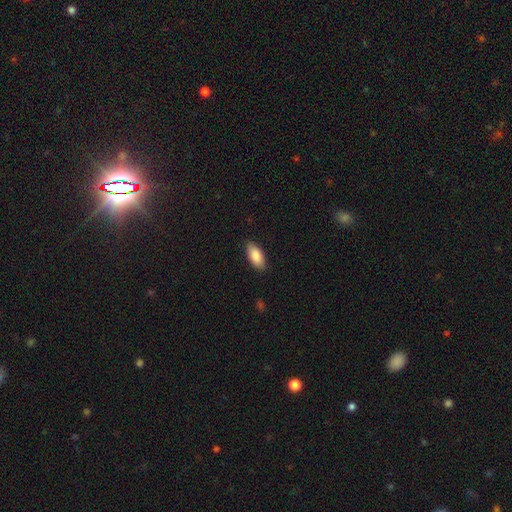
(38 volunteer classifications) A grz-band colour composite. It shows a smooth galaxy with no disk features (95%) that is in between round and cigar-shaped (83%). Merging: none (76%).